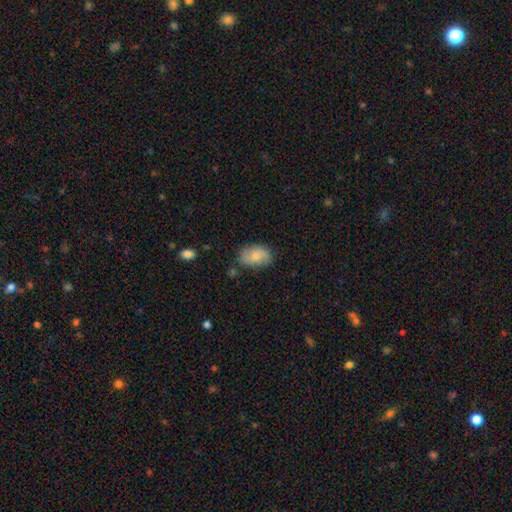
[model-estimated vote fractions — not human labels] A smooth galaxy with no disk features (75%) that is in between round and cigar-shaped (89%). Merging: none (72%).